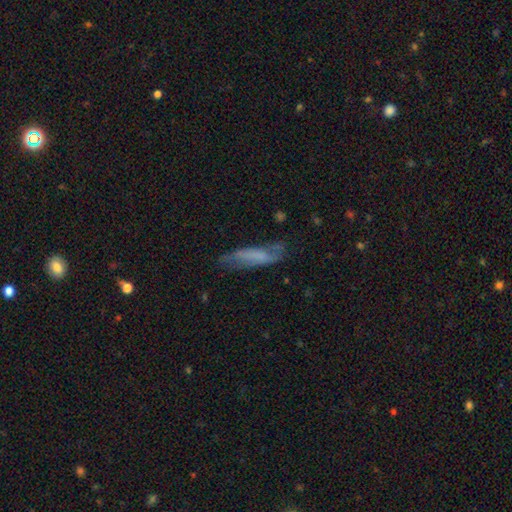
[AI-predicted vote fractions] smooth_or_featured: smooth (p=0.52) [alt: featured or disk p=0.39]
how_rounded: cigar-shaped (p=0.69) [alt: in between p=0.29]
merging: none (p=0.53) [alt: minor disturbance p=0.29]